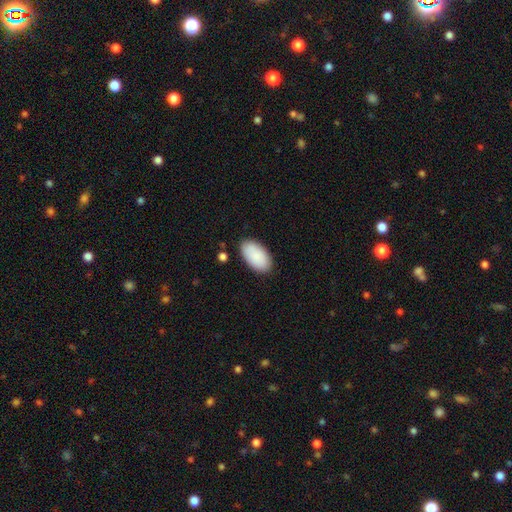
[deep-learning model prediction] smooth_or_featured: smooth (p=0.89) [alt: star or artifact p=0.06]
how_rounded: in between (p=0.96) [alt: round p=0.02]
merging: none (p=0.86) [alt: minor disturbance p=0.10]